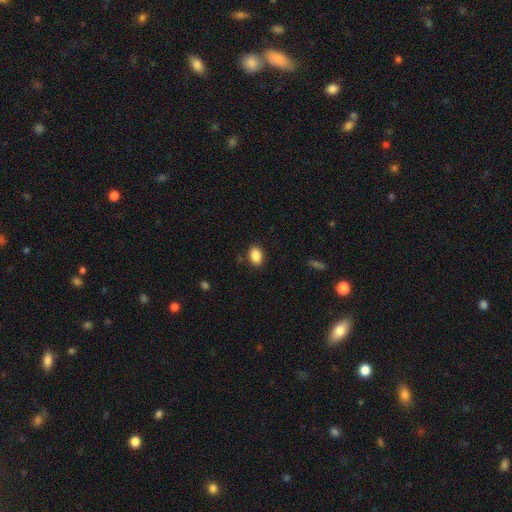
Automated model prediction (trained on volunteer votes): The model was most divided on "how rounded": in between: 82%, round: 17%, cigar-shaped: 1%. More confident: smooth or featured — smooth (88%); merging — none (87%).